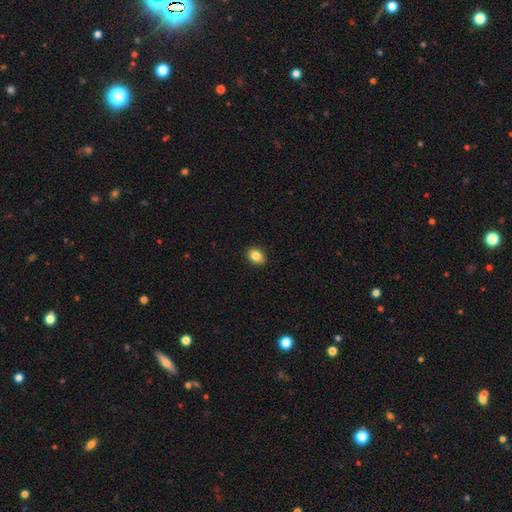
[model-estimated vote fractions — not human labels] Smooth or featured?
  - smooth: 85% *
  - star or artifact: 9%
  - featured or disk: 6%
How rounded?
  - in between: 74% *
  - round: 25%
  - cigar-shaped: 1%
Merging?
  - none: 90% *
  - minor disturbance: 8%
  - major disturbance: 2%
  - merger: 1%